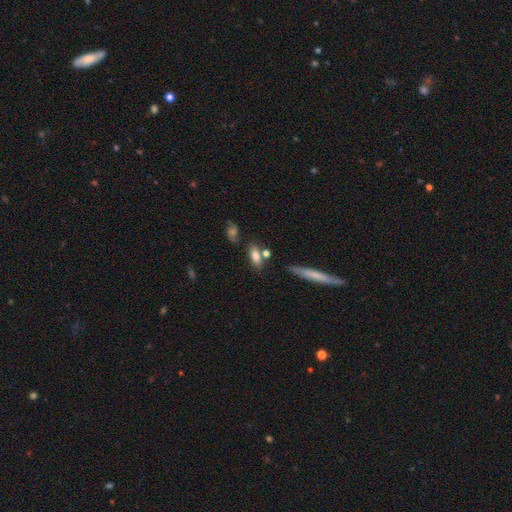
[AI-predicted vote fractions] A smooth galaxy with no disk features (75%) that is in between round and cigar-shaped (68%).

Vote fractions:
- Smooth or featured? smooth: 75% / featured or disk: 17% / star or artifact: 9%
- How rounded? in between: 68% / cigar-shaped: 26% / round: 5%
- Merging? none: 63% / minor disturbance: 16% / merger: 15% / major disturbance: 5%